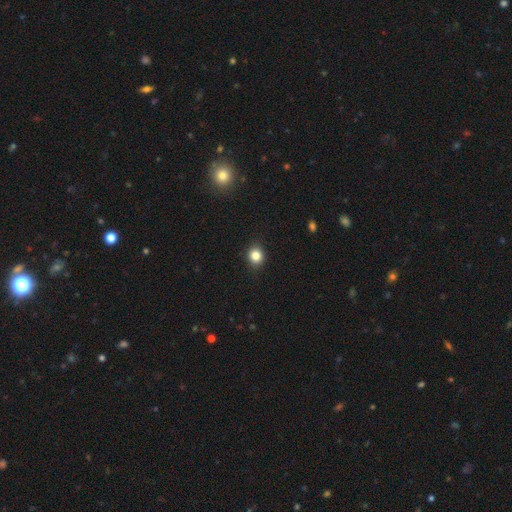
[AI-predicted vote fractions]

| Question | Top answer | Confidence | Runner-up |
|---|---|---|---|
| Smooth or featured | smooth | 83% | star or artifact (11%) |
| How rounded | round | 76% | in between (23%) |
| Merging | none | 88% | minor disturbance (9%) |